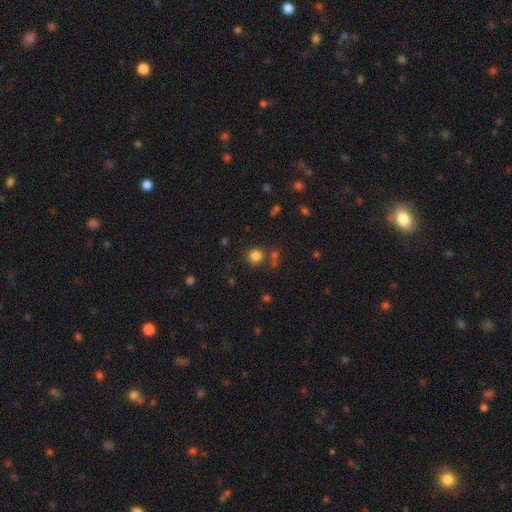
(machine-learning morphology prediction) Q: Smooth or featured?
A: smooth (81%); runner-up: star or artifact (14%)
Q: How rounded?
A: round (92%); runner-up: in between (7%)
Q: Merging?
A: none (78%); runner-up: merger (10%)